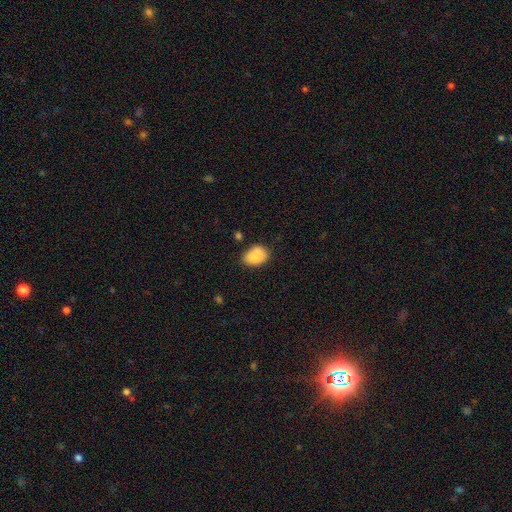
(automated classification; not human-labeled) Smooth or featured?
  - smooth: 84% *
  - featured or disk: 8%
  - star or artifact: 8%
How rounded?
  - in between: 77% *
  - round: 22%
  - cigar-shaped: 1%
Merging?
  - none: 65% *
  - minor disturbance: 22%
  - merger: 9%
  - major disturbance: 5%